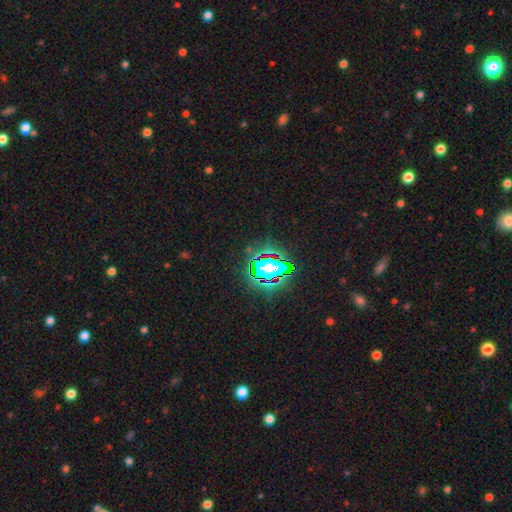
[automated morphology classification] Q: Smooth or featured?
A: star or artifact (81%); runner-up: smooth (12%)